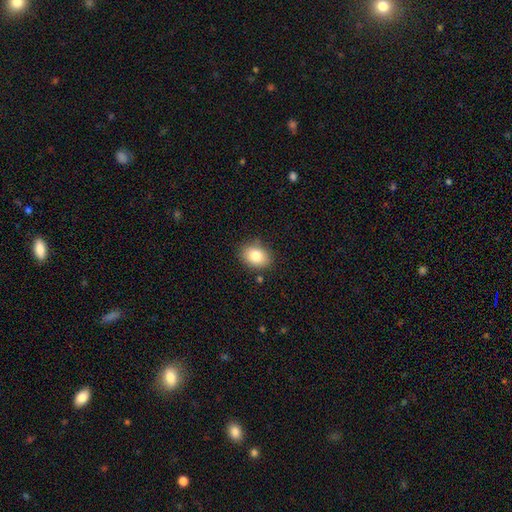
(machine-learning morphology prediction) This is clearly a smooth galaxy (82%). How rounded: likely in between (67%). Merging: clearly none (83%).